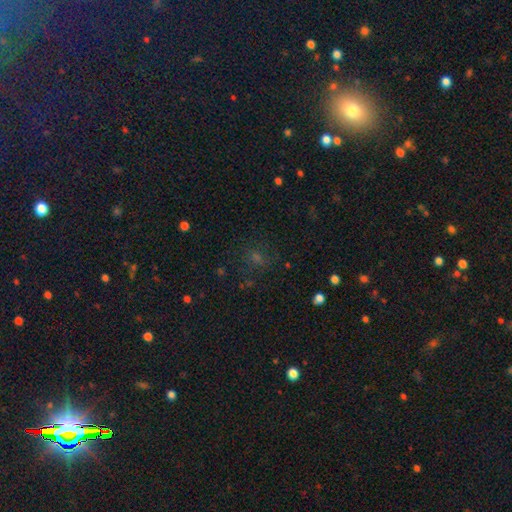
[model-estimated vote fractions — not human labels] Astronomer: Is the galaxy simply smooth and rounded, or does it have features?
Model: star or artifact — 53% (runner-up: smooth, 34%).